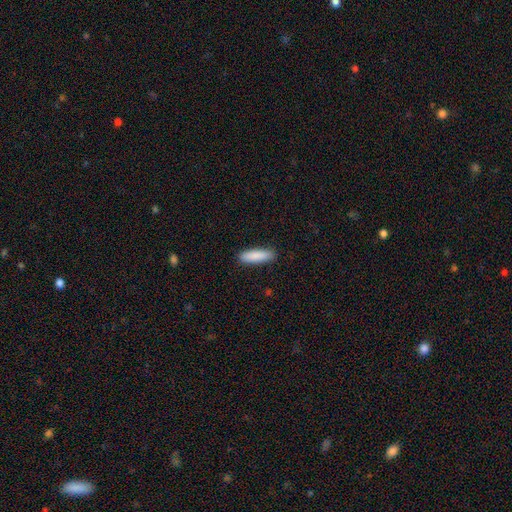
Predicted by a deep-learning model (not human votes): smooth-or-featured: smooth: 88% | featured or disk: 6% | star or artifact: 6%
  how-rounded: cigar-shaped: 66% | in between: 32% | round: 2%
  merging: none: 90% | minor disturbance: 8% | major disturbance: 2% | merger: 1%